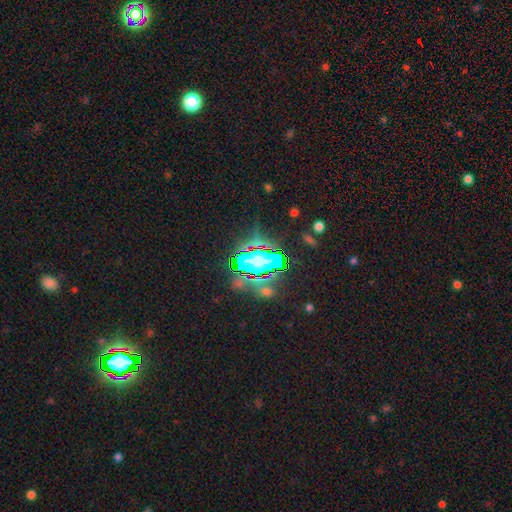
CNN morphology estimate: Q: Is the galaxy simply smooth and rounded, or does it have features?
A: star or artifact — 63%.